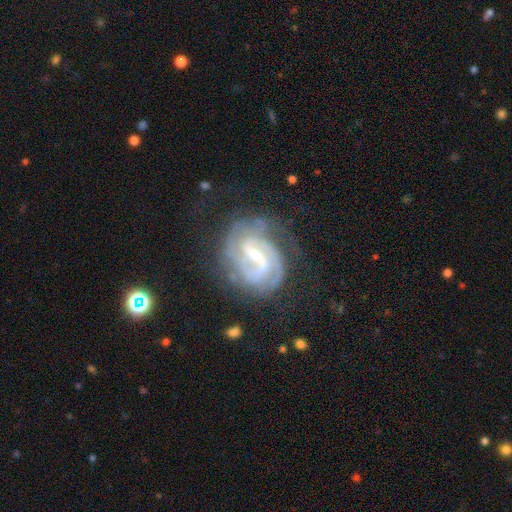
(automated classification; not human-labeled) Smooth or featured?
  - featured or disk: 87% *
  - smooth: 7%
  - star or artifact: 6%
Edge-on disk?
  - no: 97% *
  - yes: 3%
Bar?
  - weak: 49% *
  - strong: 41%
  - no: 11%
Spiral arms?
  - yes: 96% *
  - no: 4%
Spiral winding?
  - tight: 49% *
  - medium: 40%
  - loose: 10%
Spiral arm count?
  - 2: 54% *
  - 3: 17%
  - can't tell: 17%
  - 4: 5%
  - 1: 4%
  - more than 4: 3%
Bulge size?
  - small: 59% *
  - moderate: 31%
  - none: 7%
  - large: 2%
  - dominant: 1%
Merging?
  - none: 66% *
  - minor disturbance: 20%
  - major disturbance: 12%
  - merger: 2%